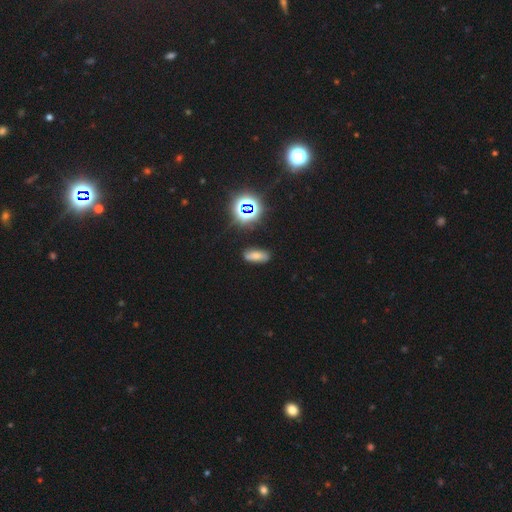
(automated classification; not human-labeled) A smooth galaxy with no disk features (61%) that is in between round and cigar-shaped (77%). Merging: none (80%).